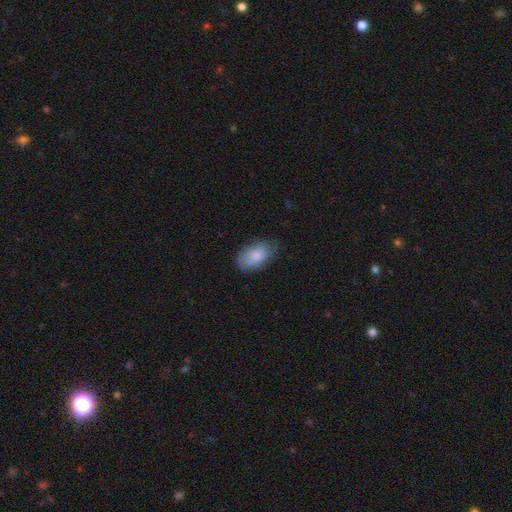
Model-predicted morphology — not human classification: smooth_or_featured: smooth (p=0.80) [alt: featured or disk p=0.13]
how_rounded: in between (p=0.92) [alt: round p=0.06]
merging: none (p=0.71) [alt: minor disturbance p=0.23]